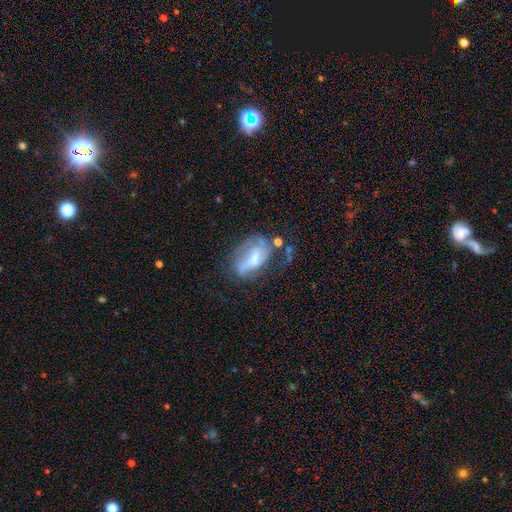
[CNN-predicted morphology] Smooth or featured?
  - featured or disk: 62% *
  - smooth: 27%
  - star or artifact: 10%
Edge-on disk?
  - no: 92% *
  - yes: 8%
Bar?
  - weak: 40% *
  - no: 34%
  - strong: 26%
Spiral arms?
  - yes: 69% *
  - no: 31%
Bulge size?
  - moderate: 46% *
  - small: 32%
  - large: 11%
  - none: 10%
  - dominant: 2%
Merging?
  - none: 43% *
  - minor disturbance: 25%
  - major disturbance: 23%
  - merger: 9%